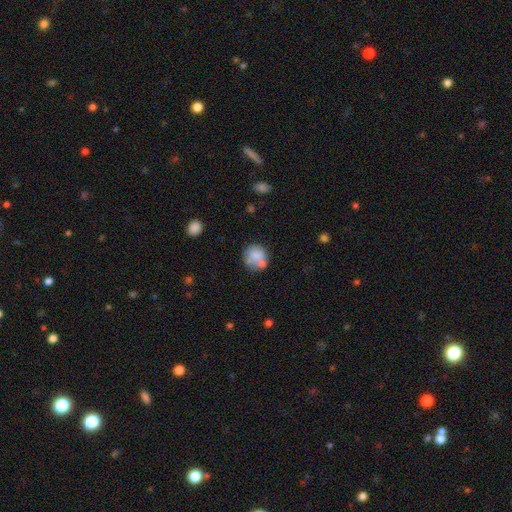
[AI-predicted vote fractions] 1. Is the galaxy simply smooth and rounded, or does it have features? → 71% smooth, 21% featured or disk, 9% star or artifact.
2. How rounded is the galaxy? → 85% round, 14% in between, 1% cigar-shaped.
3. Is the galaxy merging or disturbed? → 56% none, 18% merger, 18% minor disturbance, 7% major disturbance.